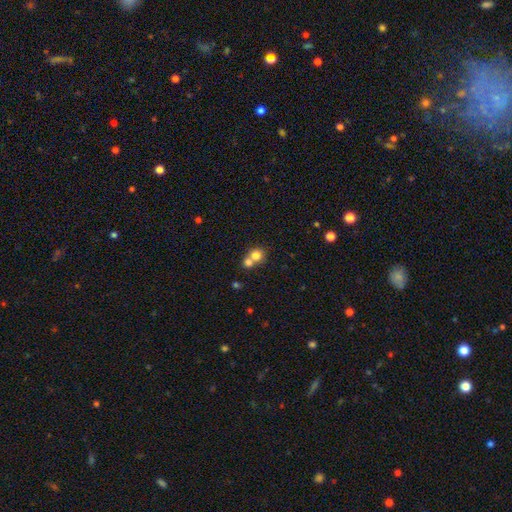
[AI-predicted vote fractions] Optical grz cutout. It shows a smooth galaxy with no disk features (77%) that is round (82%). Merging: merger (58%).